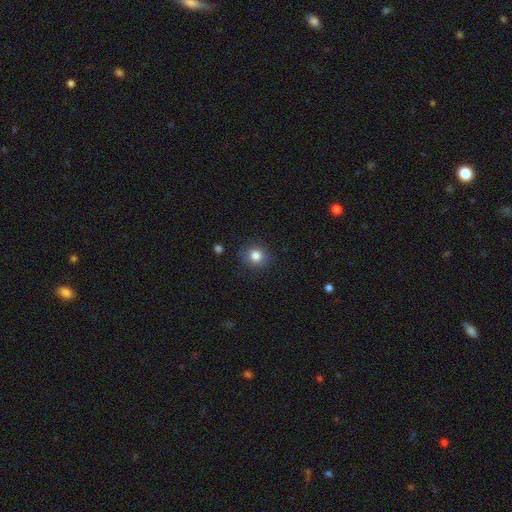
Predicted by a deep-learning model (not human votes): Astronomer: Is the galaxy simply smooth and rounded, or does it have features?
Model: smooth — 83%.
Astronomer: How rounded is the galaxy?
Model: round — 84%.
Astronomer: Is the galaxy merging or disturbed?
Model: none — 88%.